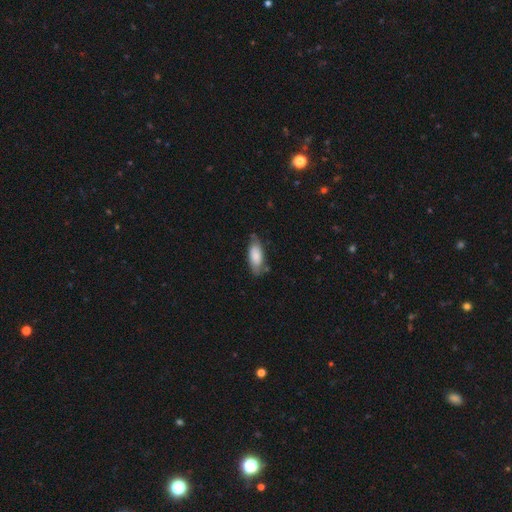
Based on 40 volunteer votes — smooth_or_featured: smooth (p=0.82) [alt: featured or disk p=0.10]
how_rounded: in between (p=0.76) [alt: cigar-shaped p=0.21]
merging: none (p=0.59) [alt: minor disturbance p=0.35]